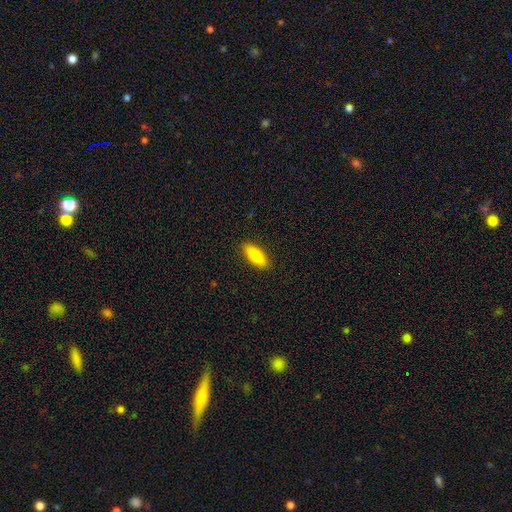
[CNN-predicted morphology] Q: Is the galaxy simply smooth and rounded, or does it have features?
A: smooth — 83%.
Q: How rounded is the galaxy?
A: in between — 76%.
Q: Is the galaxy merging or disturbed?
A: none — 89%.